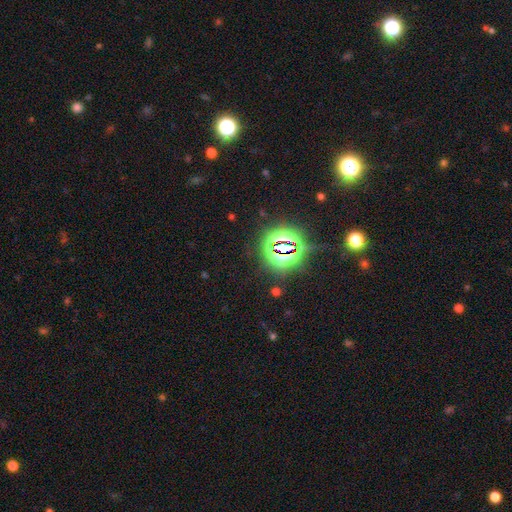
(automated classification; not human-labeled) The model was most divided on "smooth or featured": star or artifact: 82%, smooth: 10%, featured or disk: 8%.